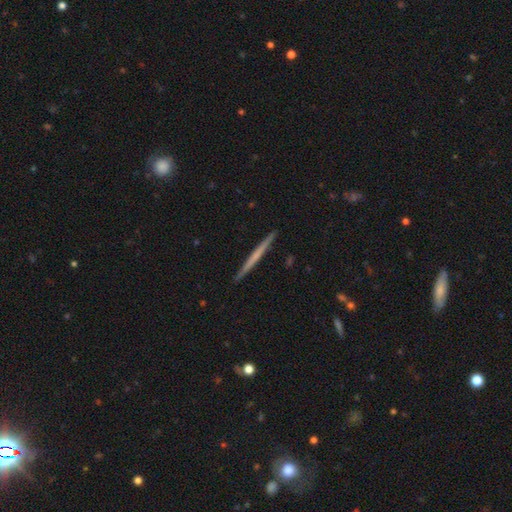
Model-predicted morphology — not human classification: A featured or disk galaxy (51%) viewed edge-on (98%) with no central bulge (88%).

Vote fractions:
- Smooth or featured? featured or disk: 51% / smooth: 44% / star or artifact: 5%
- Edge-on disk? yes: 98% / no: 2%
- Edge-on bulge? none: 88% / rounded: 8% / boxy: 4%
- Merging? none: 93% / minor disturbance: 5% / major disturbance: 1% / merger: 1%